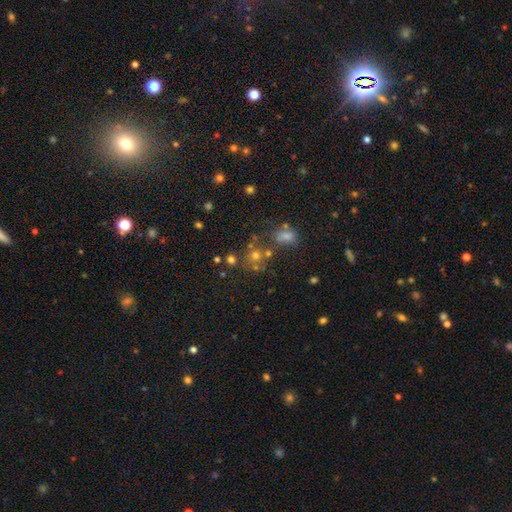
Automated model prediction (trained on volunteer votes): Smooth or featured?
  - smooth: 44% *
  - star or artifact: 42%
  - featured or disk: 14%
Merging?
  - none: 56% *
  - merger: 26%
  - minor disturbance: 11%
  - major disturbance: 7%